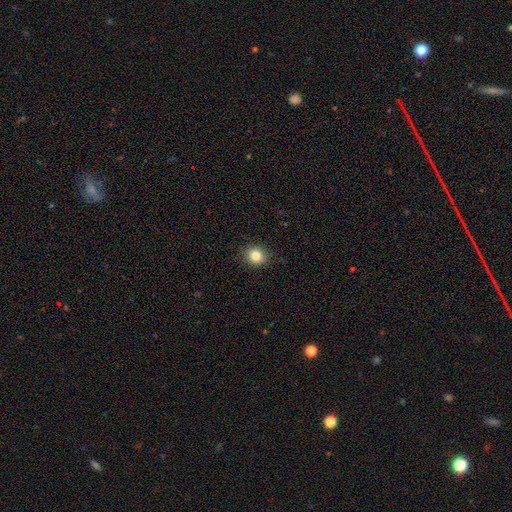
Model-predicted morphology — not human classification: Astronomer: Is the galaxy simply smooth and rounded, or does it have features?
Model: smooth — 83%.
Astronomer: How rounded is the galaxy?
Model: round — 72%.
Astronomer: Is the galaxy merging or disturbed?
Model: none — 89%.